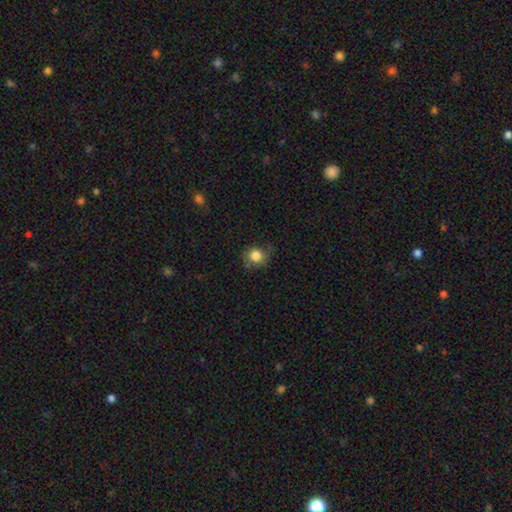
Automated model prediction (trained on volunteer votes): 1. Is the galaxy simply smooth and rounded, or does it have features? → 83% smooth, 10% star or artifact, 7% featured or disk.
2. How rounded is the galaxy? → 80% round, 19% in between, 1% cigar-shaped.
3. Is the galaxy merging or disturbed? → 71% none, 21% minor disturbance, 6% major disturbance, 2% merger.